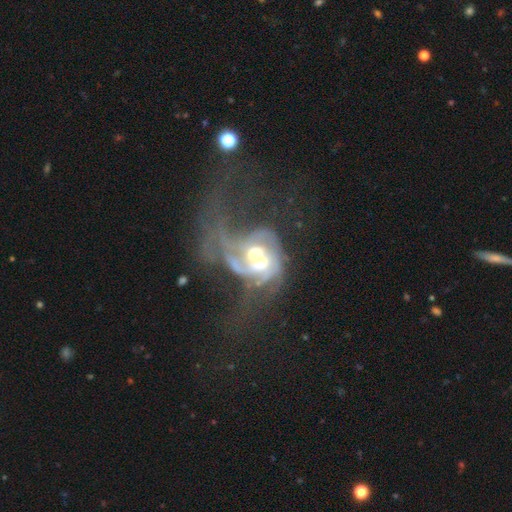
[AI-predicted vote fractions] smooth-or-featured: featured or disk: 80% | smooth: 11% | star or artifact: 9%
  disk-edge-on: no: 97% | yes: 3%
    bar: no: 67% | weak: 25% | strong: 8%
    has-spiral-arms: yes: 81% | no: 19%
      spiral-winding: loose: 47% | medium: 35% | tight: 18%
      spiral-arm-count: 2: 37% | can't tell: 24% | 1: 23% | 3: 9% | 4: 4% | more than 4: 4%
    bulge-size: moderate: 64% | small: 22% | large: 10% | none: 3% | dominant: 2%
  merging: major disturbance: 42% | merger: 39% | none: 12% | minor disturbance: 7%